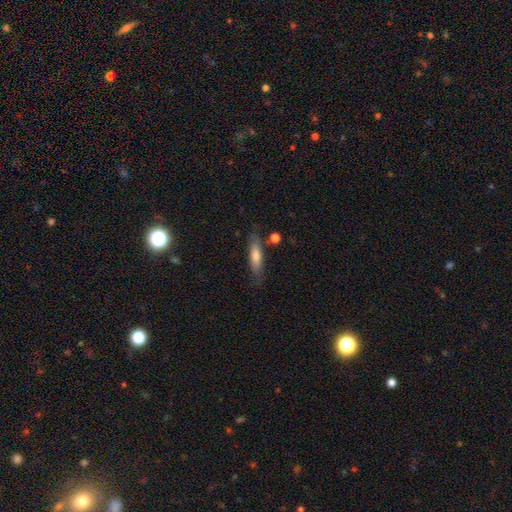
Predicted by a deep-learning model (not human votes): Smooth or featured? Predicted: smooth (p=0.61). How rounded? Predicted: cigar-shaped (p=0.66). Merging? Predicted: none (p=0.78).